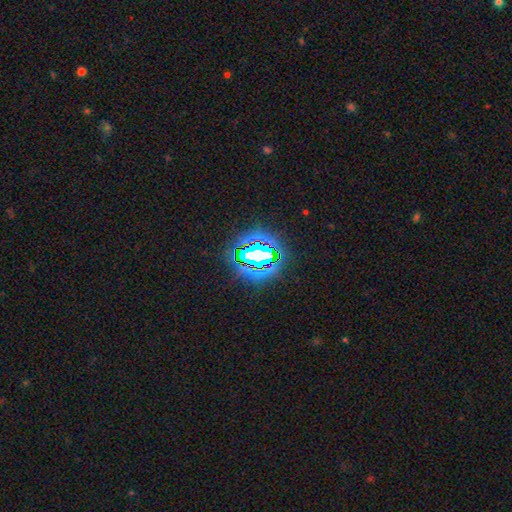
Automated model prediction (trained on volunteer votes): Smooth or featured: star or artifact — 69% (smooth — 18%)